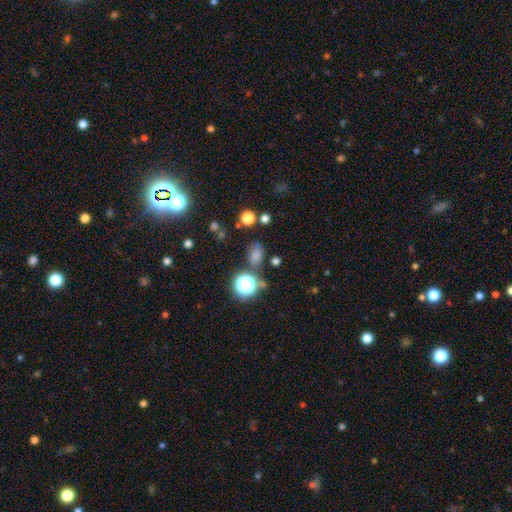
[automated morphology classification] Smooth or featured?
  - smooth: 69% *
  - star or artifact: 24%
  - featured or disk: 8%
How rounded?
  - in between: 70% *
  - round: 29%
  - cigar-shaped: 2%
Merging?
  - none: 68% *
  - minor disturbance: 18%
  - major disturbance: 7%
  - merger: 7%